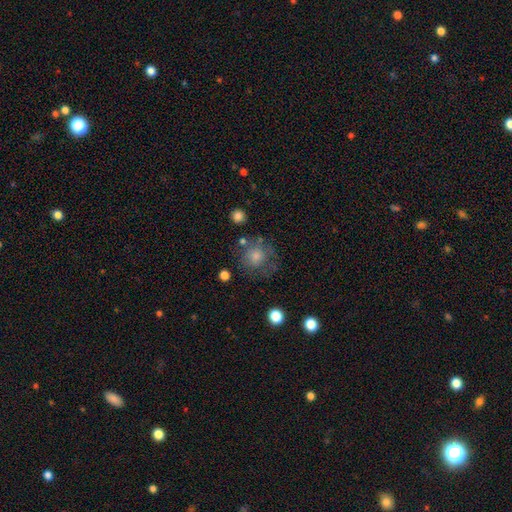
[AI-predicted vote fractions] smooth-or-featured: smooth: 63% | featured or disk: 22% | star or artifact: 15%
  how-rounded: round: 87% | in between: 12% | cigar-shaped: 1%
  merging: none: 66% | minor disturbance: 18% | major disturbance: 12% | merger: 4%